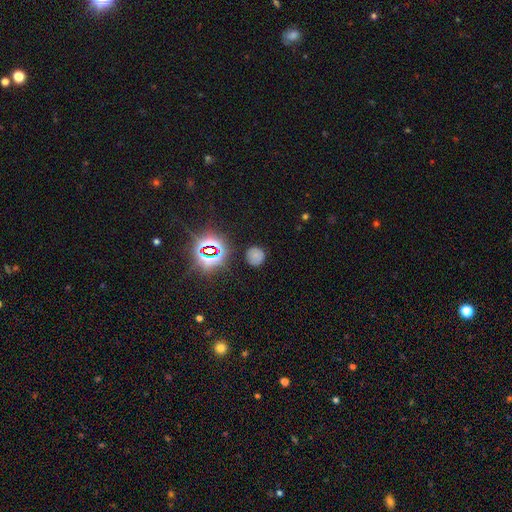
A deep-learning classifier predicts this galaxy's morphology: type=smooth (62%); roundness=round (88%); merging=none (82%).